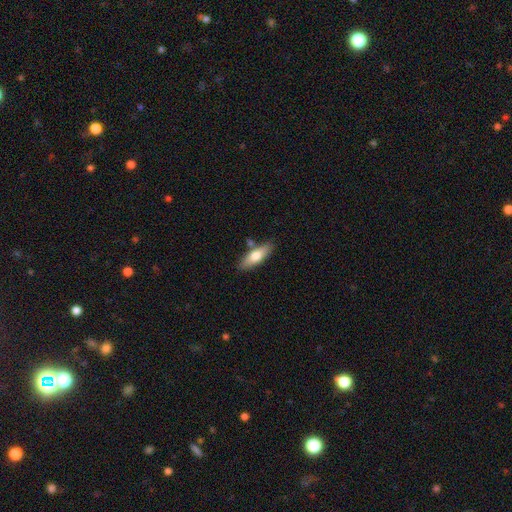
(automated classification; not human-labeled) Smooth or featured? Predicted: smooth (p=0.68). How rounded? Predicted: in between (p=0.55). Merging? Predicted: none (p=0.77).